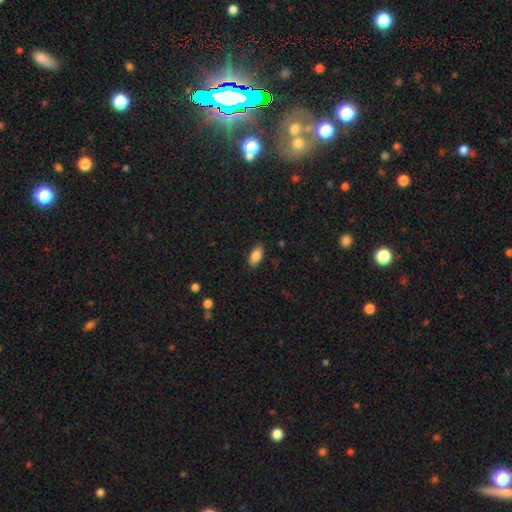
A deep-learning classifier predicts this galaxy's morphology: A smooth galaxy with no disk features (86%) that is in between round and cigar-shaped (92%). Merging: none (86%).